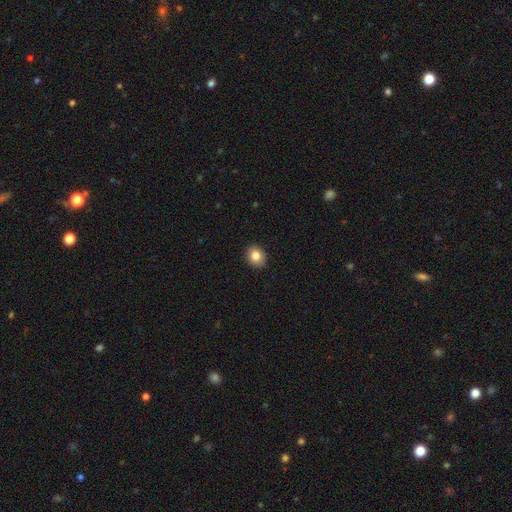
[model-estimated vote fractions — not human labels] smooth-or-featured: smooth: 84% | star or artifact: 9% | featured or disk: 8%
  how-rounded: round: 58% | in between: 41% | cigar-shaped: 1%
  merging: none: 91% | minor disturbance: 6% | major disturbance: 2% | merger: 1%